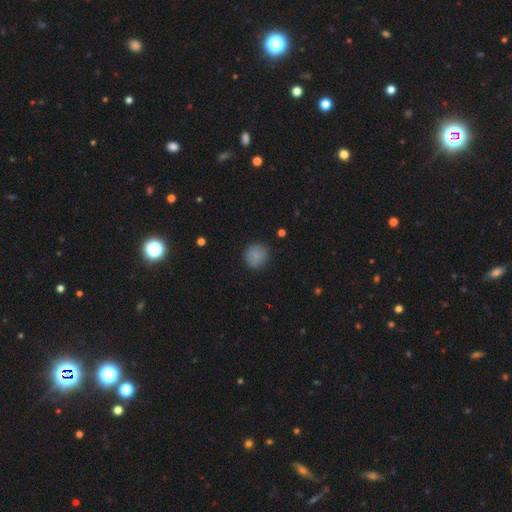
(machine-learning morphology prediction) Smooth or featured: smooth — 86% (star or artifact — 9%)
How rounded: round — 92% (in between — 7%)
Merging: none — 86% (minor disturbance — 10%)